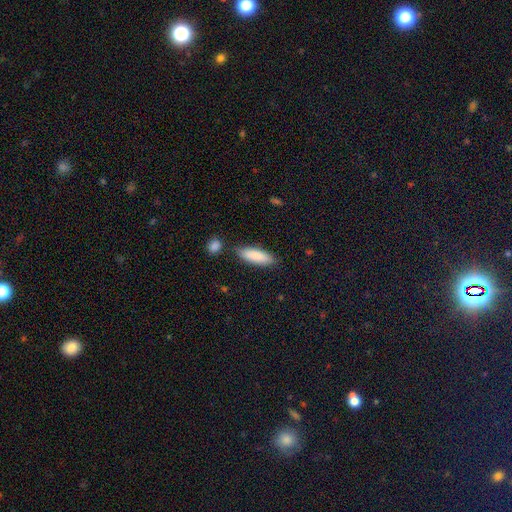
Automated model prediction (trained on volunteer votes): Overall: smooth (86%). How rounded: in between (53%; cigar-shaped 45%). Merging: none (78%).